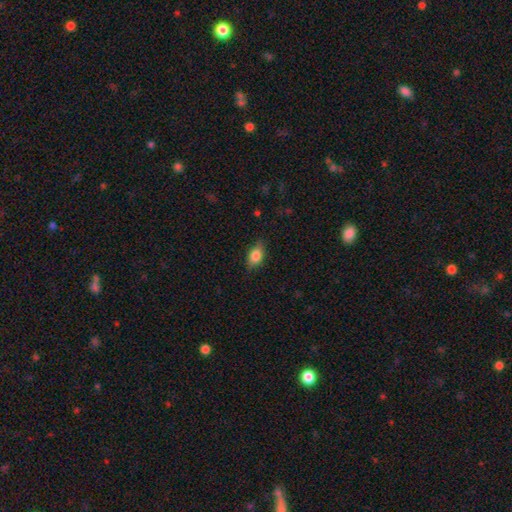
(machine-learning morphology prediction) Smooth or featured: smooth — 81% (featured or disk — 11%)
How rounded: in between — 85% (round — 10%)
Merging: none — 80% (minor disturbance — 16%)